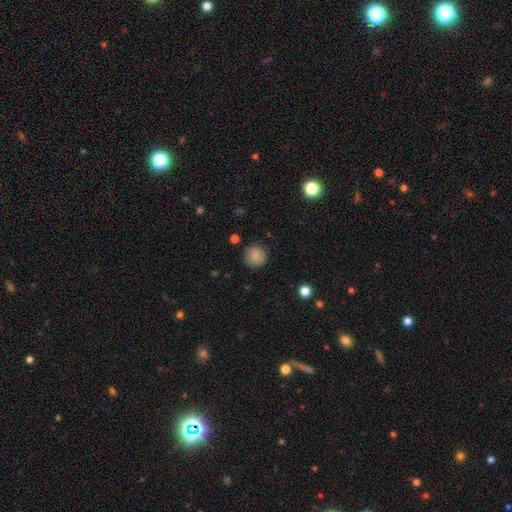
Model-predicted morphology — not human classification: A smooth galaxy with no disk features (86%) that is round (92%). Merging: none (86%).